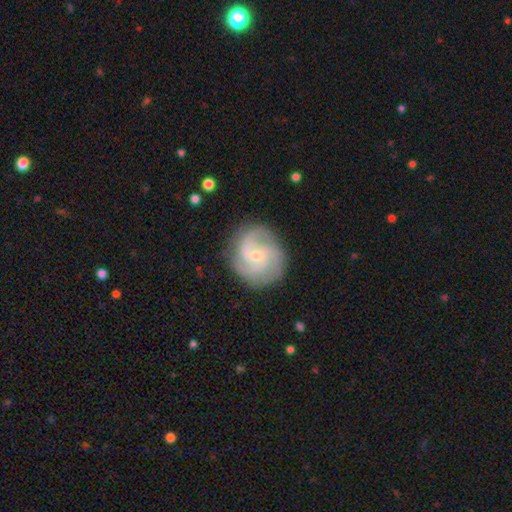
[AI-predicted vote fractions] smooth-or-featured: featured or disk: 86% | smooth: 9% | star or artifact: 5%
  disk-edge-on: no: 98% | yes: 2%
    bar: no: 61% | weak: 34% | strong: 5%
    has-spiral-arms: yes: 97% | no: 3%
      spiral-winding: tight: 46% | medium: 44% | loose: 10%
      spiral-arm-count: 3: 47% | 2: 16% | 4: 14% | can't tell: 13% | 1: 5% | more than 4: 5%
    bulge-size: small: 73% | moderate: 23% | none: 2% | large: 1% | dominant: 1%
  merging: none: 80% | minor disturbance: 14% | major disturbance: 5% | merger: 1%